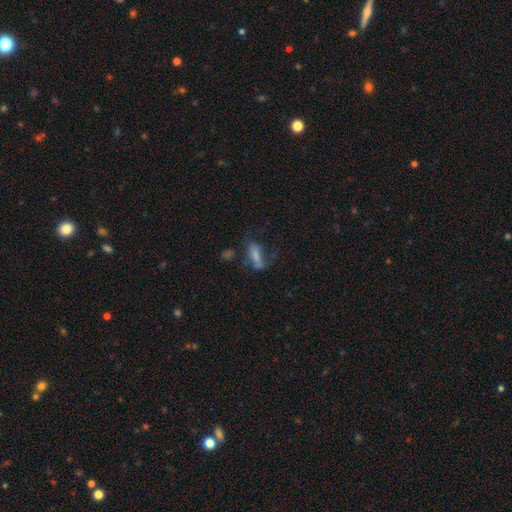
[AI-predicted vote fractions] The model was most divided on "merging": none: 35%, major disturbance: 32%, minor disturbance: 25%, merger: 8%. More confident: smooth or featured — smooth (64%); how rounded — in between (64%).